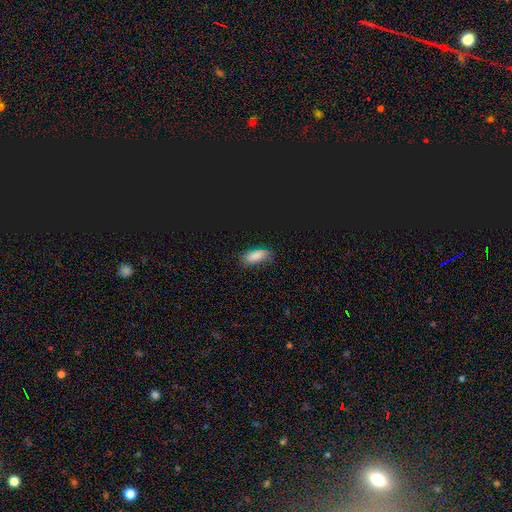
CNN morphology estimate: type=smooth (74%); roundness=in between (84%); merging=none (74%).